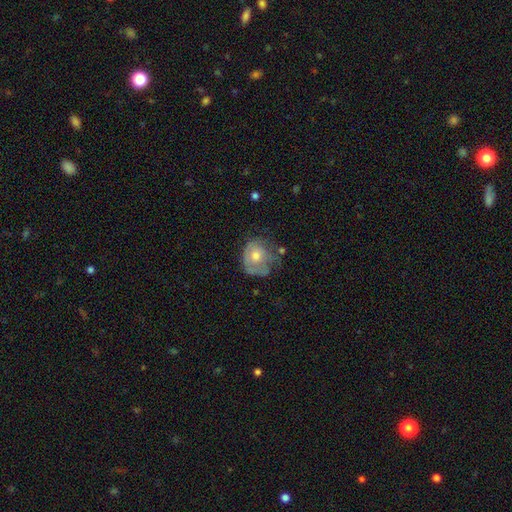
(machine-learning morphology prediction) type=featured or disk (48%); merging=none (48%).